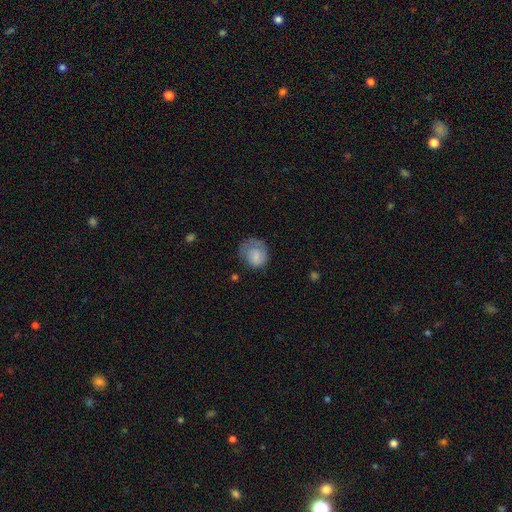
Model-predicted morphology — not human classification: Smooth or featured? smooth (55%)
How rounded? round (69%)
Merging? none (48%)